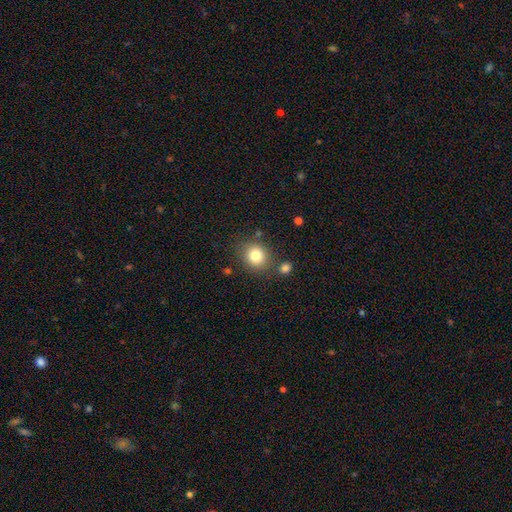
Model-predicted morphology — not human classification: This appears to be a smooth galaxy with no disk features (81%) that is round (75%). Merging: none (77%).